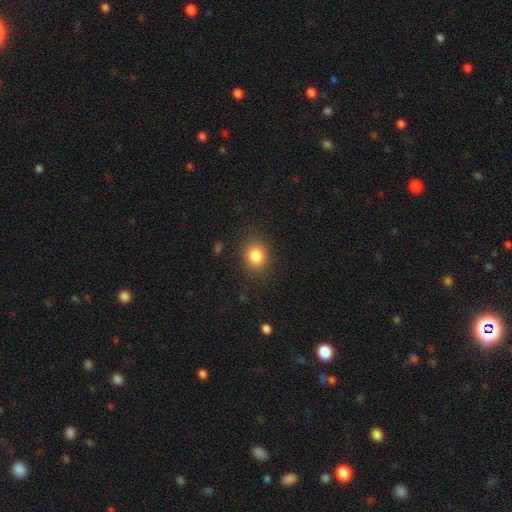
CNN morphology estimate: A smooth galaxy with no disk features (83%) that is round (57%).

Vote fractions:
- Smooth or featured? smooth: 83% / star or artifact: 10% / featured or disk: 6%
- How rounded? round: 57% / in between: 42% / cigar-shaped: 1%
- Merging? none: 86% / minor disturbance: 9% / major disturbance: 3% / merger: 1%